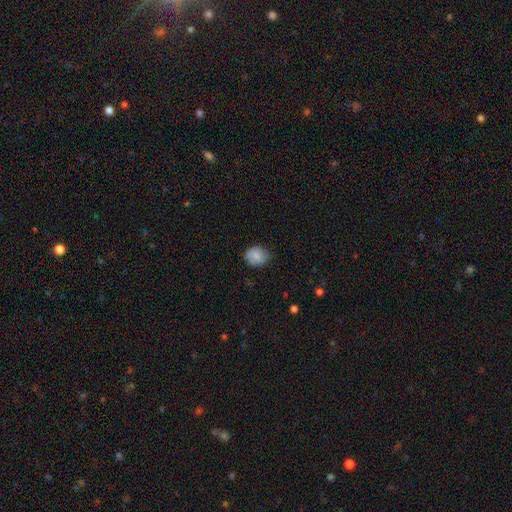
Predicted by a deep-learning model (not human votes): The model was most divided on "how rounded": round: 59%, in between: 40%, cigar-shaped: 1%. More confident: merging — none (76%); smooth or featured — smooth (74%).